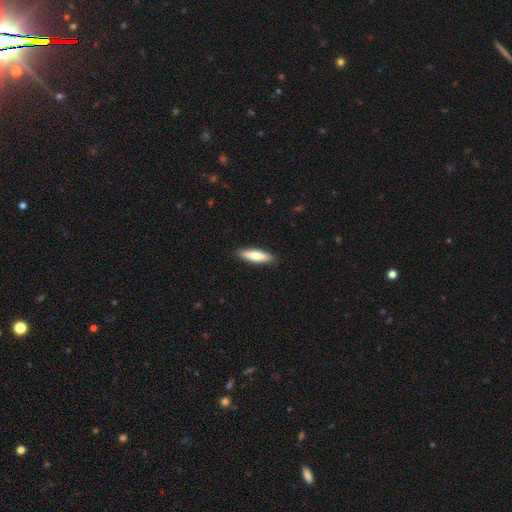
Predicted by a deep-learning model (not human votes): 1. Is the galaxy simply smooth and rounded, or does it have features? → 72% smooth, 22% featured or disk, 5% star or artifact.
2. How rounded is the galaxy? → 67% cigar-shaped, 32% in between, 2% round.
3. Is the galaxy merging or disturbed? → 90% none, 8% minor disturbance, 2% major disturbance, 1% merger.